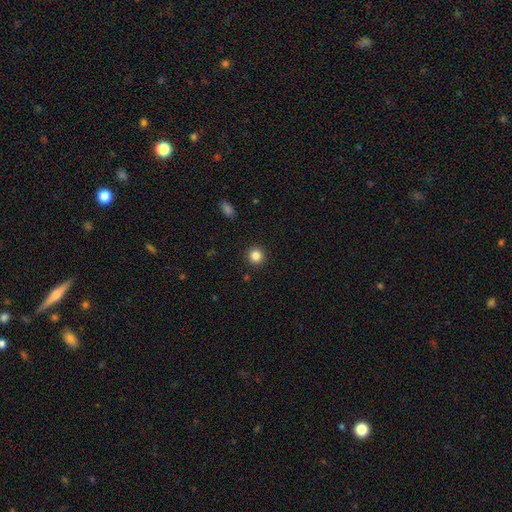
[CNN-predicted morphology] smooth_or_featured: smooth (p=0.84) [alt: star or artifact p=0.11]
how_rounded: round (p=0.94) [alt: in between p=0.06]
merging: none (p=0.92) [alt: minor disturbance p=0.05]